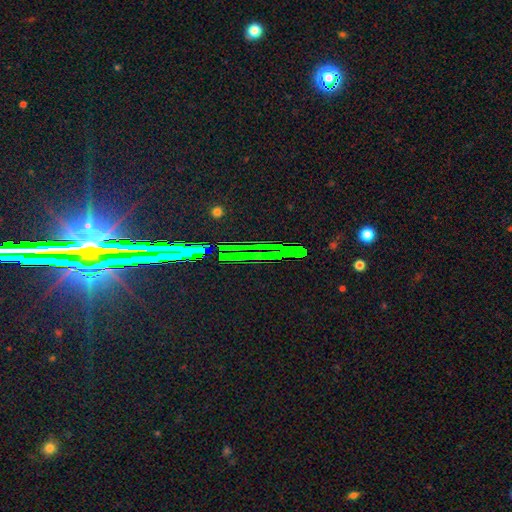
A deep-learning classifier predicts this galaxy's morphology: A star or artifact, not a galaxy (77%).